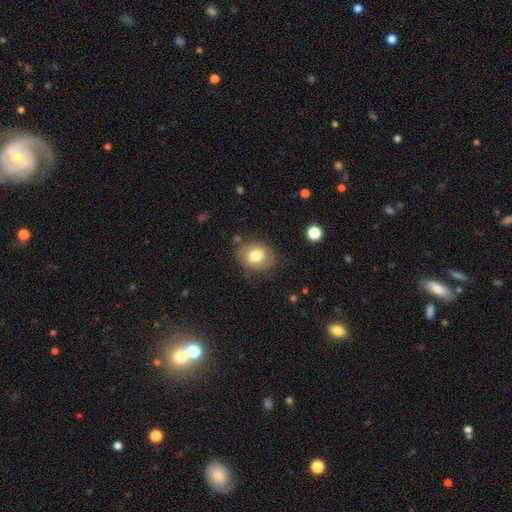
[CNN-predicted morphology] Overall: smooth (74%). How rounded: round (53%; in between 47%). Merging: none (78%).